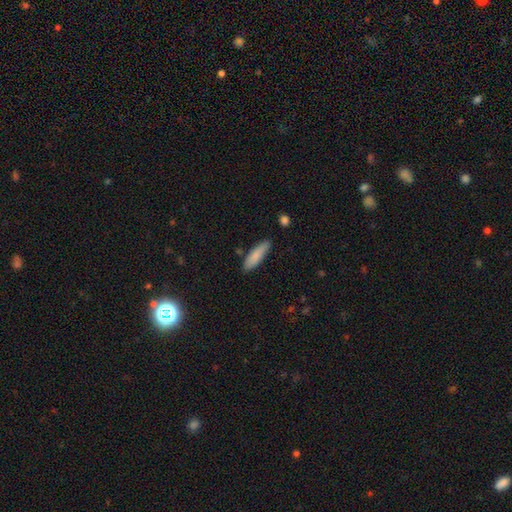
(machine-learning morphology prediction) This is clearly a smooth galaxy (84%). How rounded: likely cigar-shaped (64%). Merging: clearly none (82%).